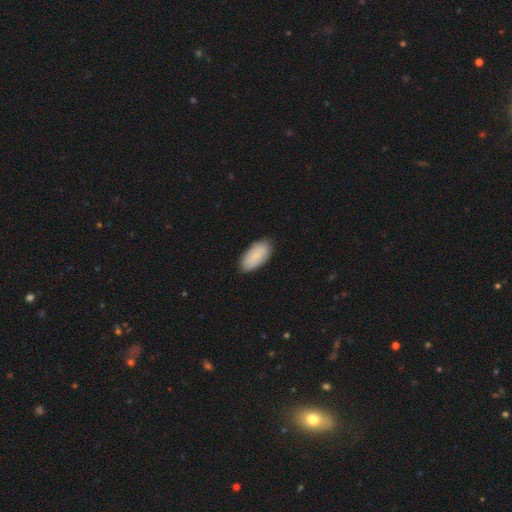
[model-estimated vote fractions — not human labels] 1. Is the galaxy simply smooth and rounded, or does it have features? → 87% smooth, 7% featured or disk, 6% star or artifact.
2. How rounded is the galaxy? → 94% in between, 4% cigar-shaped, 2% round.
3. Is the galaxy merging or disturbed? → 84% none, 13% minor disturbance, 2% major disturbance, 1% merger.